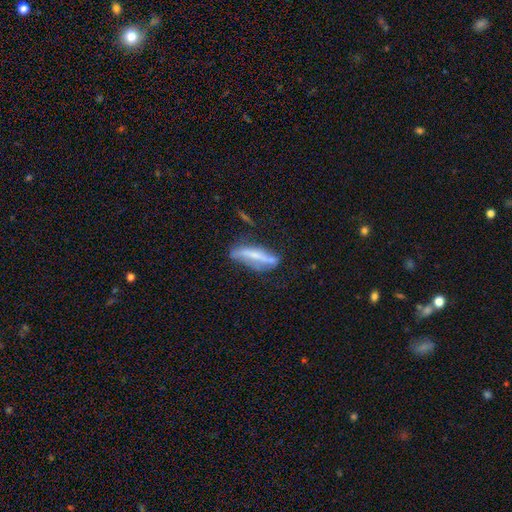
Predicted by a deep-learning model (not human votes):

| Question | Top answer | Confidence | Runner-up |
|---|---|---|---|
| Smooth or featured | featured or disk | 51% | smooth (40%) |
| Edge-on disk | yes | 54% | no (46%) |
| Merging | none | 49% | minor disturbance (28%) |